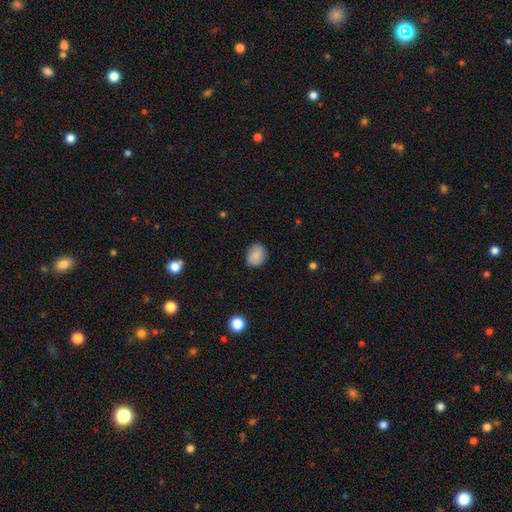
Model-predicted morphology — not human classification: Q: Smooth or featured?
A: smooth (86%); runner-up: star or artifact (8%)
Q: How rounded?
A: round (52%); runner-up: in between (47%)
Q: Merging?
A: none (83%); runner-up: minor disturbance (13%)